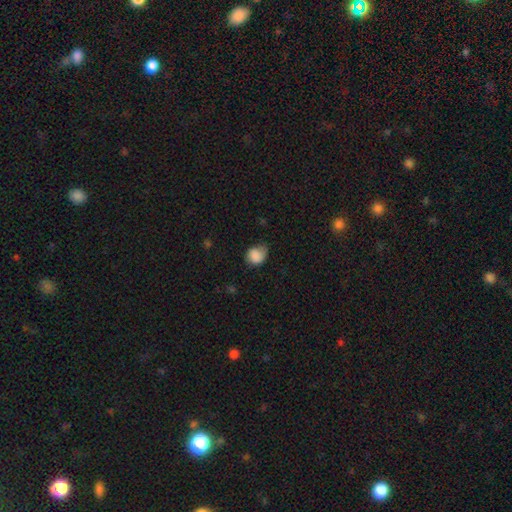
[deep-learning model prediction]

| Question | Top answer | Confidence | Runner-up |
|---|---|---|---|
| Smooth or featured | smooth | 80% | featured or disk (12%) |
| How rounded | round | 63% | in between (36%) |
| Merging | none | 40% | minor disturbance (39%) |